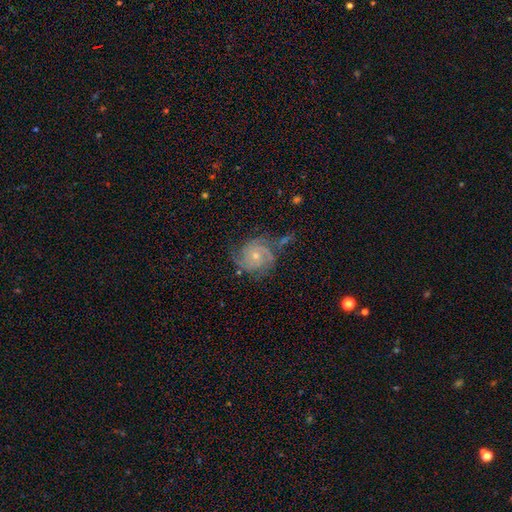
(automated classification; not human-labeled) A featured or disk galaxy (84%) with no bar (76%), 3 (33%) tight (55%) spiral arms (96%) and a small central bulge (66%). Merging: none (65%).